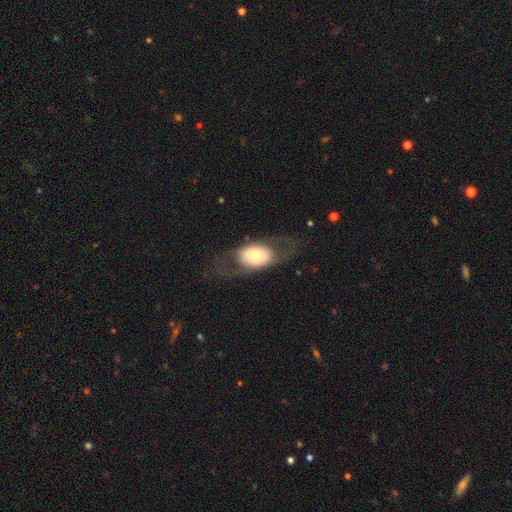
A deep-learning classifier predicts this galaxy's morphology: This is possibly a smooth galaxy (50%). Merging: likely none (67%).